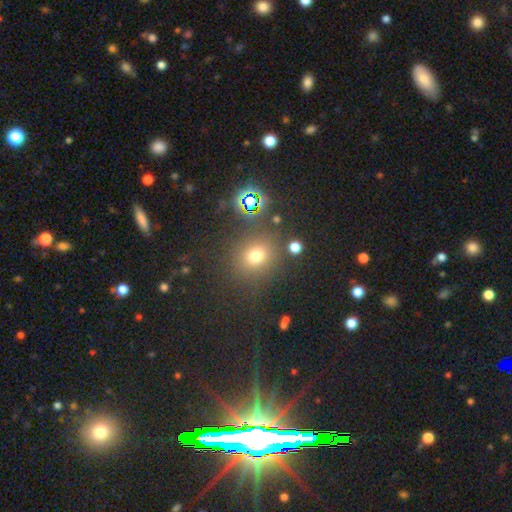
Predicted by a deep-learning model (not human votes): A smooth galaxy with no disk features (67%) that is round (81%). Merging: none (81%).